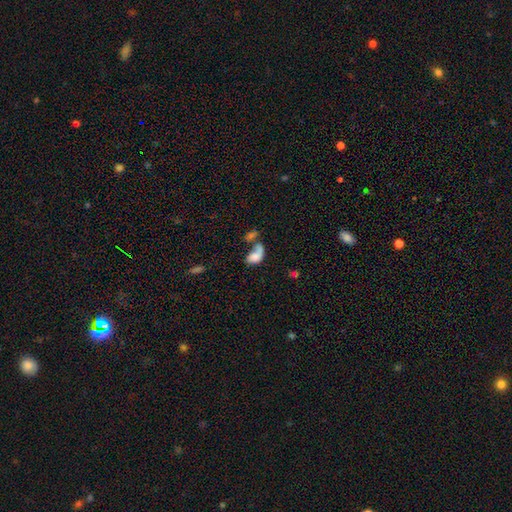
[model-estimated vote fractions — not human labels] Morphology: type=smooth (66%); roundness=in between (87%); merging=merger (50%).